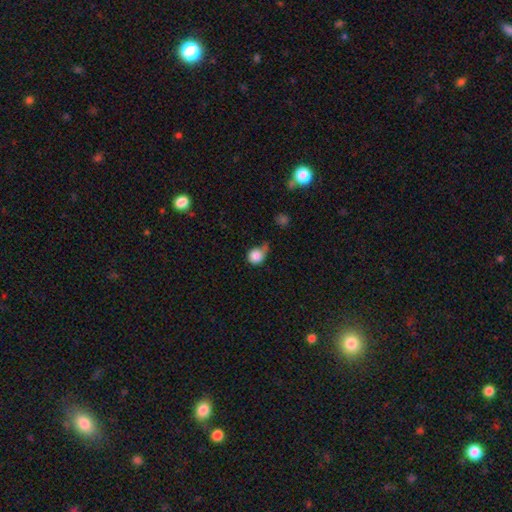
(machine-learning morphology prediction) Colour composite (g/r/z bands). It shows a smooth galaxy with no disk features (84%) that is round (85%). Merging: none (36%).